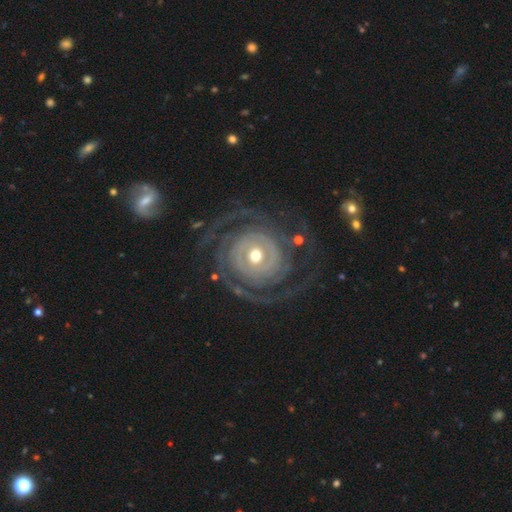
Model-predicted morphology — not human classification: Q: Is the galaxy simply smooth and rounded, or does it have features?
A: featured or disk — 90%.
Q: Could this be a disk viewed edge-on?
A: no — 97%.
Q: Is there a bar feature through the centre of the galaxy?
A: no — 70%.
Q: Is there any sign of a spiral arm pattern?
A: yes — 94%.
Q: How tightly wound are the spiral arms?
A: tight — 73%.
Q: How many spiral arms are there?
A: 2 — 32%.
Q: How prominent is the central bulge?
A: moderate — 63%.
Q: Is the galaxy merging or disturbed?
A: none — 71%.